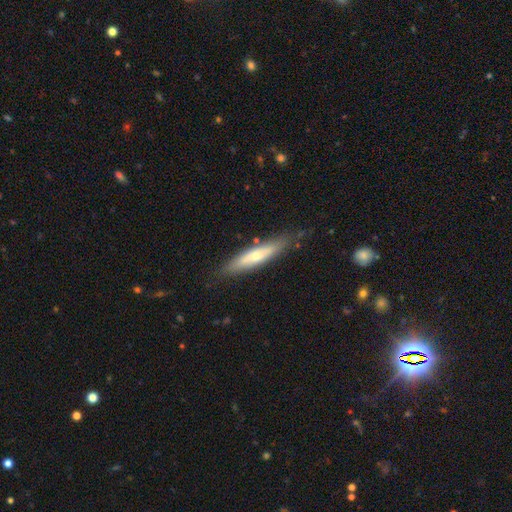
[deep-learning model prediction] Smooth or featured? smooth (54%)
How rounded? cigar-shaped (84%)
Merging? none (81%)